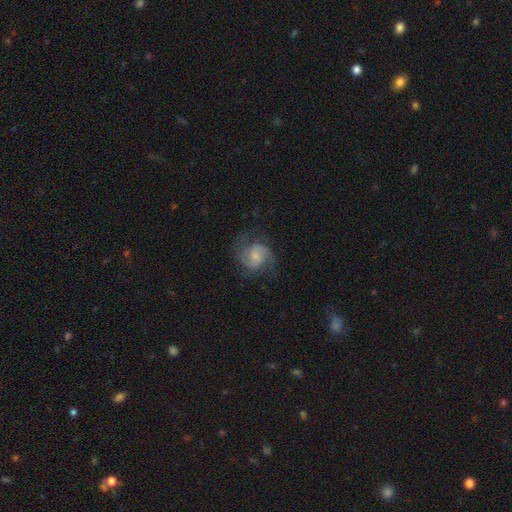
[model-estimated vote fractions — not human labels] The model was most divided on "bar": no: 48%, weak: 44%, strong: 8%. Remaining: edge-on disk — no (98%); spiral arms — yes (95%); spiral arm count — 2 (84%); smooth or featured — featured or disk (74%); merging — none (66%); spiral winding — medium (54%); bulge size — small (43%).